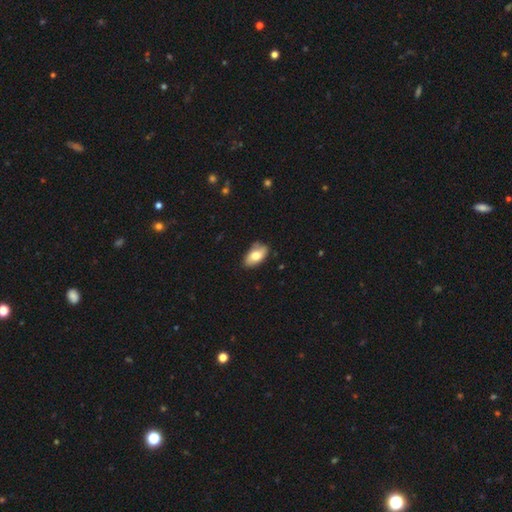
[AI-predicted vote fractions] Morphology: type=smooth (73%); roundness=in between (93%); merging=none (76%).